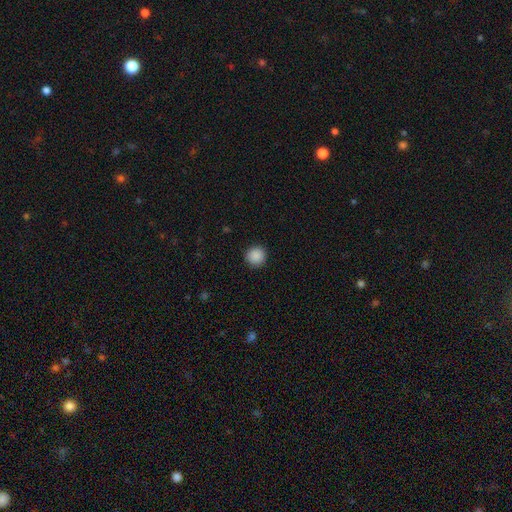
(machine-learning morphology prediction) This appears to be a smooth galaxy with no disk features (89%) that is round (95%). Merging: none (92%).